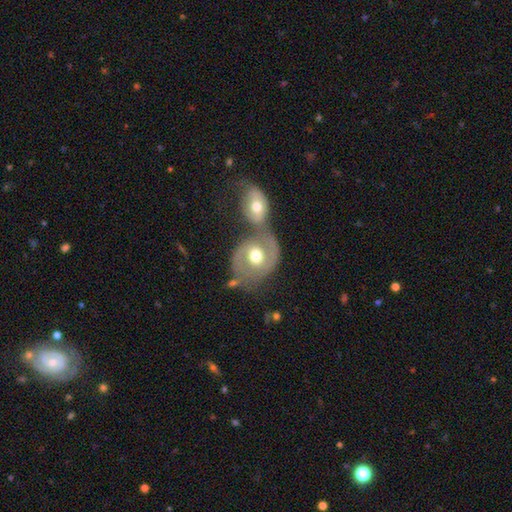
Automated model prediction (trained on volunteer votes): Smooth or featured? featured or disk (72%)
Edge-on disk? no (97%)
Bar? no (68%)
Spiral arms? yes (81%)
Spiral winding? medium (47%)
Spiral arm count? 2 (83%)
Bulge size? moderate (74%)
Merging? merger (56%)